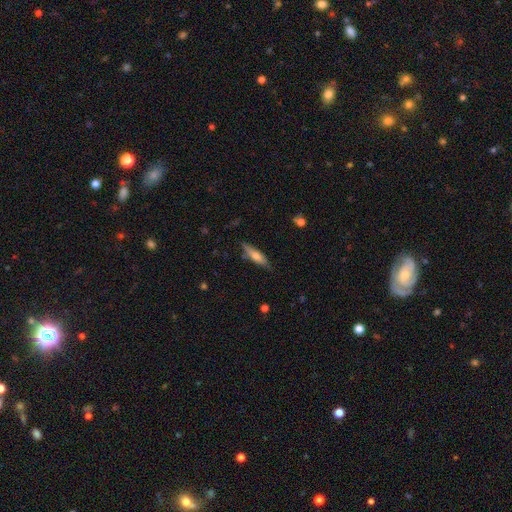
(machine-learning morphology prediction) Smooth or featured: smooth — 56% (featured or disk — 38%)
How rounded: cigar-shaped — 73% (in between — 25%)
Merging: none — 81% (minor disturbance — 15%)